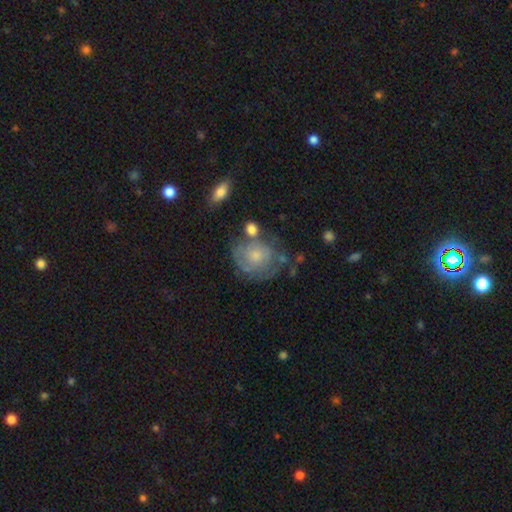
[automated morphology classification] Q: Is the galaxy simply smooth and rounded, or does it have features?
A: smooth — 50%.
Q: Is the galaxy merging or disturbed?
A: none — 48%.